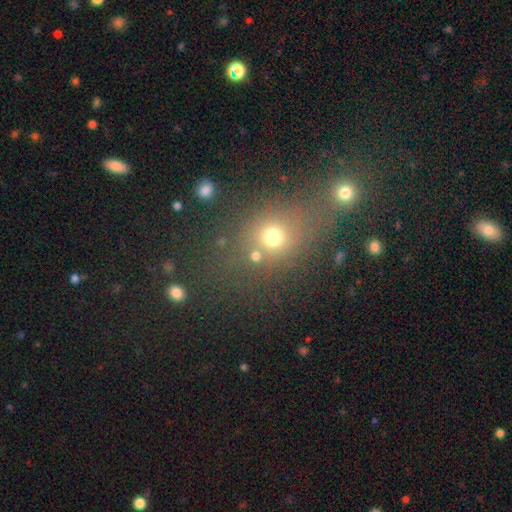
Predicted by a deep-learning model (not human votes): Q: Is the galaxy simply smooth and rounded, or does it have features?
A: smooth — 66%.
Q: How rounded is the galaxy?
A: round — 79%.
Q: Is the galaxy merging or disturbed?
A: none — 65%.